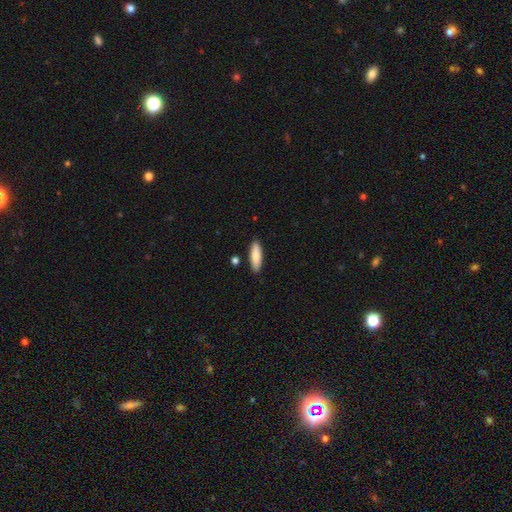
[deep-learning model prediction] smooth-or-featured: smooth: 83% | featured or disk: 11% | star or artifact: 6%
  how-rounded: cigar-shaped: 55% | in between: 43% | round: 2%
  merging: none: 87% | minor disturbance: 9% | merger: 3% | major disturbance: 2%